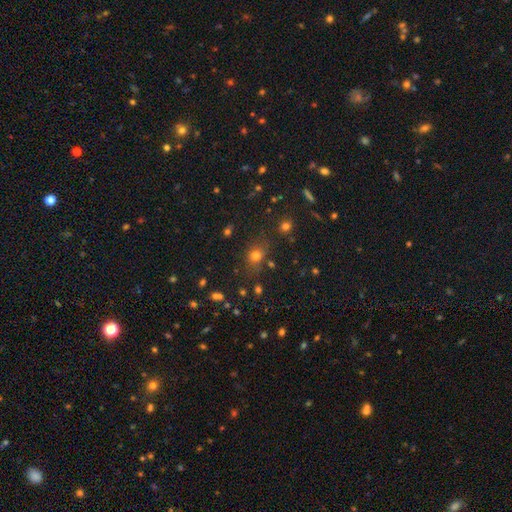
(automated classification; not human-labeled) This appears to be a smooth galaxy with no disk features (71%) that is round (54%). Merging: none (70%).